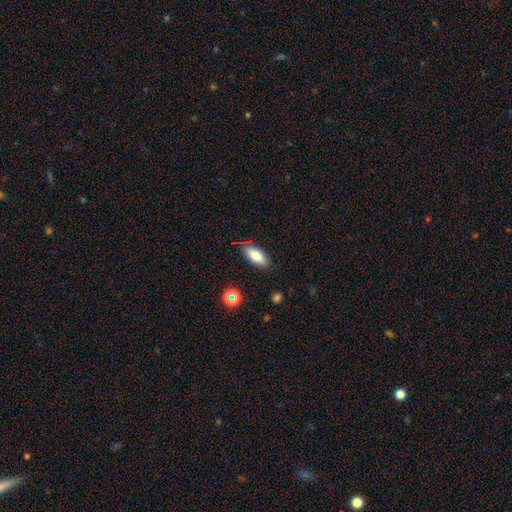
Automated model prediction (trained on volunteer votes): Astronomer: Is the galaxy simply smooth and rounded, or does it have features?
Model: smooth — 75%.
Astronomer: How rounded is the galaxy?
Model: in between — 81%.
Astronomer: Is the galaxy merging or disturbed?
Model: none — 83%.